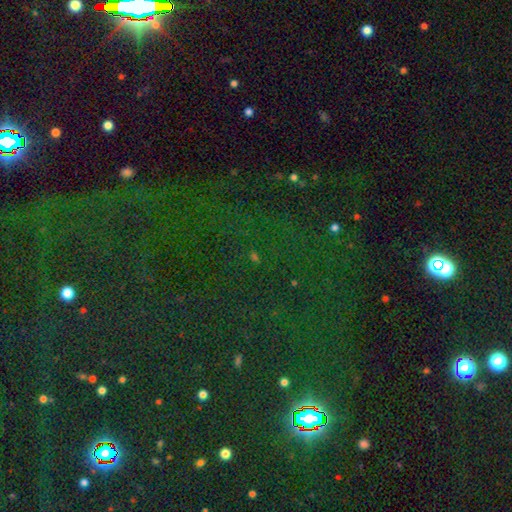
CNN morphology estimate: smooth_or_featured: star or artifact (p=0.81) [alt: smooth p=0.11]